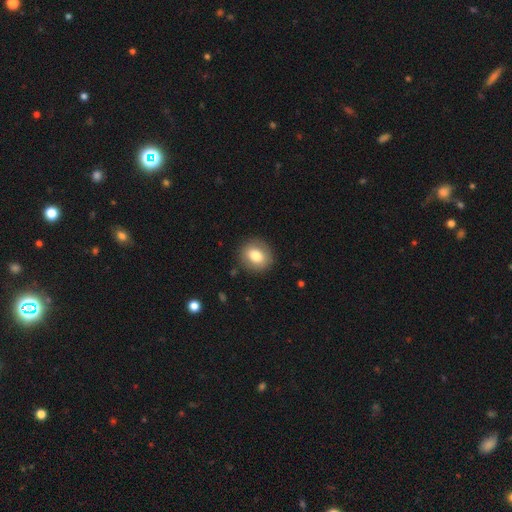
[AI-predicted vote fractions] smooth_or_featured: smooth (p=0.79) [alt: featured or disk p=0.13]
how_rounded: round (p=0.71) [alt: in between p=0.28]
merging: none (p=0.88) [alt: minor disturbance p=0.08]